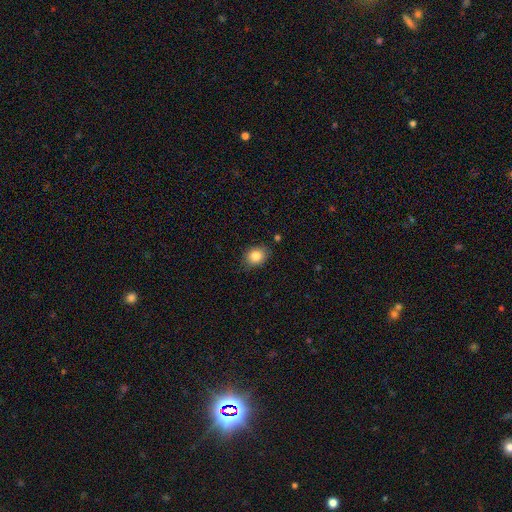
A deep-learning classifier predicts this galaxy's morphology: Overall: smooth (85%). How rounded: in between (57%; round 42%). Merging: none (81%).